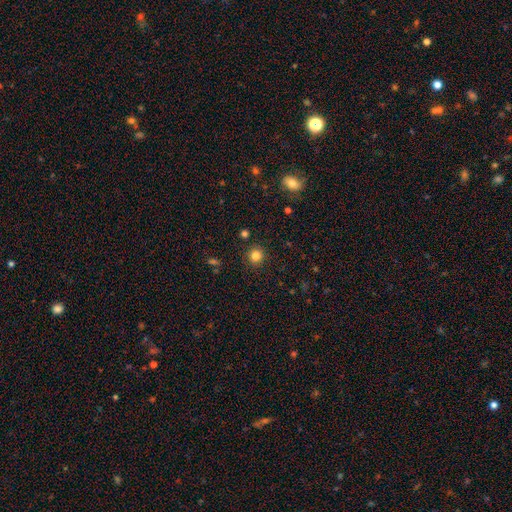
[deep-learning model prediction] Smooth or featured?
  - smooth: 83% *
  - star or artifact: 12%
  - featured or disk: 5%
How rounded?
  - round: 91% *
  - in between: 8%
  - cigar-shaped: 1%
Merging?
  - none: 90% *
  - minor disturbance: 6%
  - major disturbance: 2%
  - merger: 2%